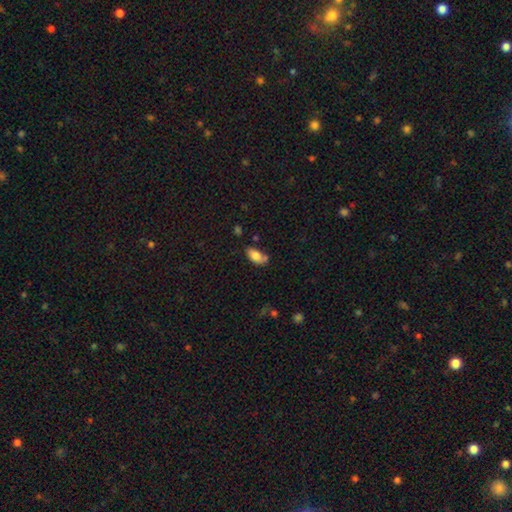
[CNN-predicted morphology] A smooth galaxy with no disk features (81%) that is in between round and cigar-shaped (91%). Merging: none (53%).